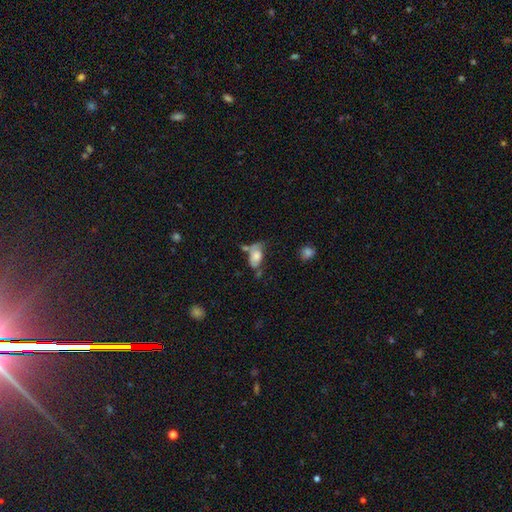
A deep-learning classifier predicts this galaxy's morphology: smooth-or-featured: smooth: 63% | featured or disk: 28% | star or artifact: 9%
  how-rounded: in between: 90% | round: 6% | cigar-shaped: 3%
  merging: none: 31% | minor disturbance: 27% | merger: 23% | major disturbance: 20%